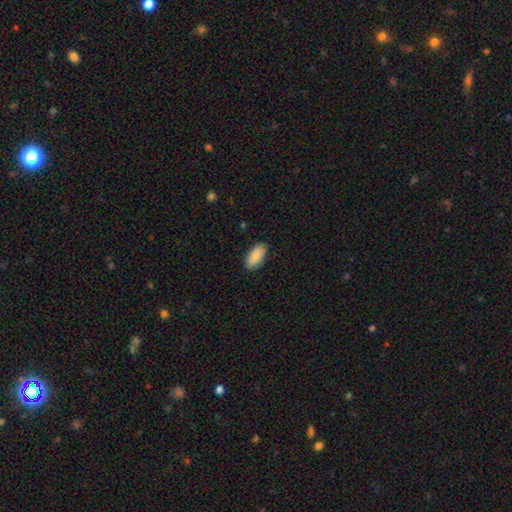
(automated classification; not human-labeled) Smooth or featured?
  - smooth: 89% *
  - star or artifact: 6%
  - featured or disk: 5%
How rounded?
  - in between: 93% *
  - cigar-shaped: 5%
  - round: 2%
Merging?
  - none: 86% *
  - minor disturbance: 10%
  - major disturbance: 2%
  - merger: 1%